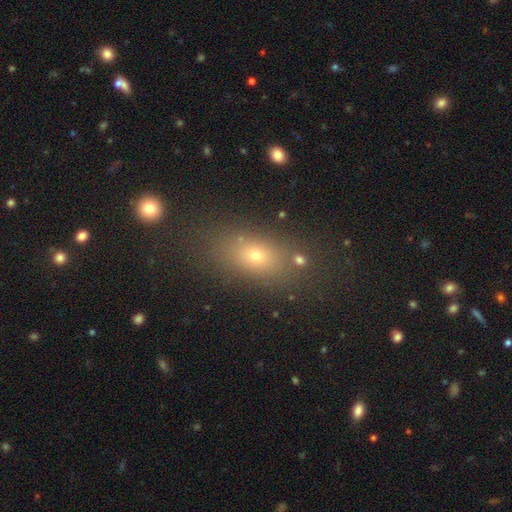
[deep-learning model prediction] smooth-or-featured: smooth: 67% | star or artifact: 18% | featured or disk: 14%
  how-rounded: in between: 73% | round: 21% | cigar-shaped: 6%
  merging: none: 77% | minor disturbance: 12% | major disturbance: 6% | merger: 6%